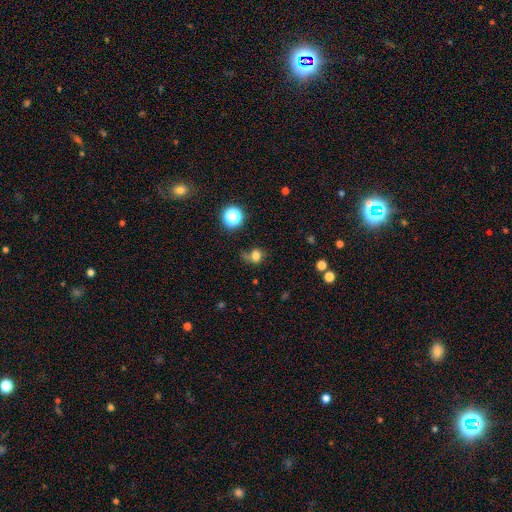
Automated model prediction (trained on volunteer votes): Smooth or featured? Predicted: smooth (p=0.74). How rounded? Predicted: round (p=0.59). Merging? Predicted: none (p=0.47).